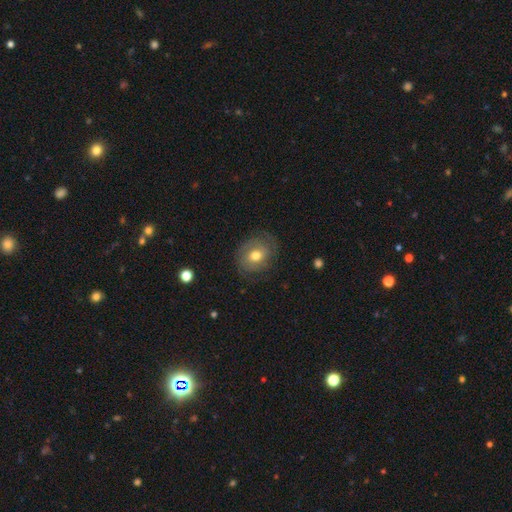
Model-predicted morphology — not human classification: Smooth or featured?
  - featured or disk: 46% * (tied)
  - smooth: 46% * (tied)
  - star or artifact: 8%
Merging?
  - none: 73% *
  - minor disturbance: 18%
  - major disturbance: 8%
  - merger: 1%